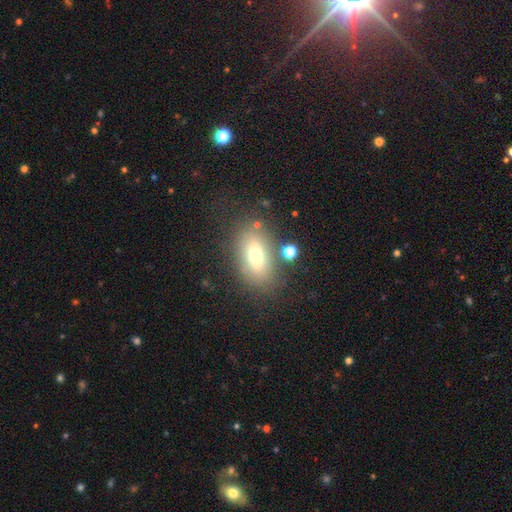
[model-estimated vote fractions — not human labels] Smooth or featured: smooth — 70% (featured or disk — 19%)
How rounded: in between — 86% (round — 8%)
Merging: none — 74% (minor disturbance — 13%)